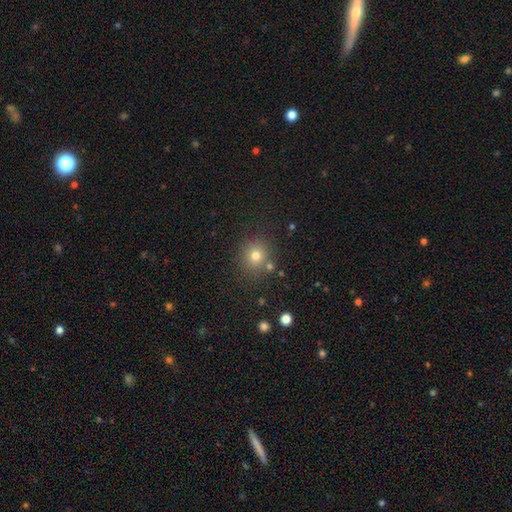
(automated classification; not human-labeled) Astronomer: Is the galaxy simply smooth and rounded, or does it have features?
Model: smooth — 74%.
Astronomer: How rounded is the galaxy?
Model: round — 87%.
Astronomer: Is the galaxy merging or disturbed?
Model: none — 80%.